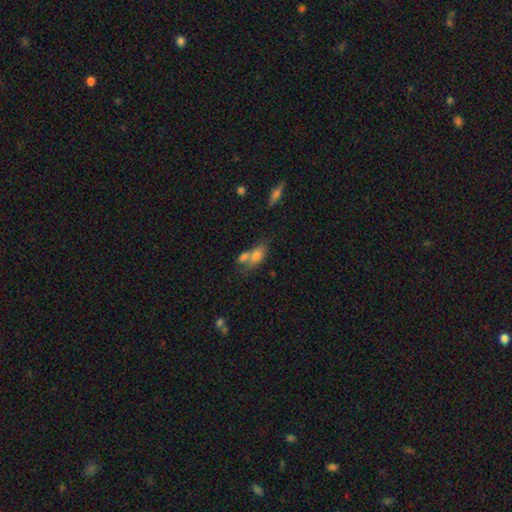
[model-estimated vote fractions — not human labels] The model was most divided on "merging": merger: 43%, none: 37%, minor disturbance: 13%, major disturbance: 7%. More confident: how rounded — in between (80%); smooth or featured — smooth (68%).